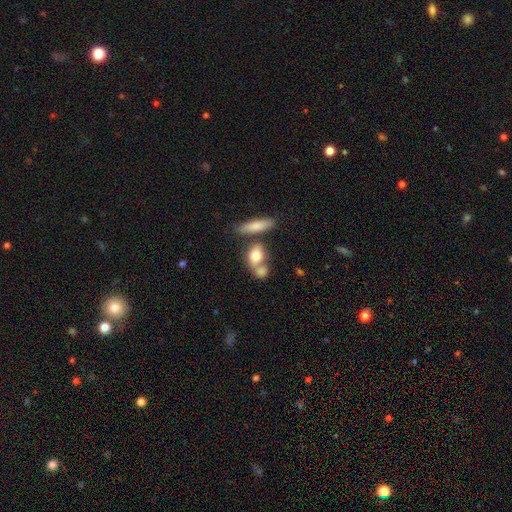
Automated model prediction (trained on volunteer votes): smooth 75%, featured or disk 18%, star or artifact 8%. Down the decision tree: how rounded — in between (62%); merging — none (42%).